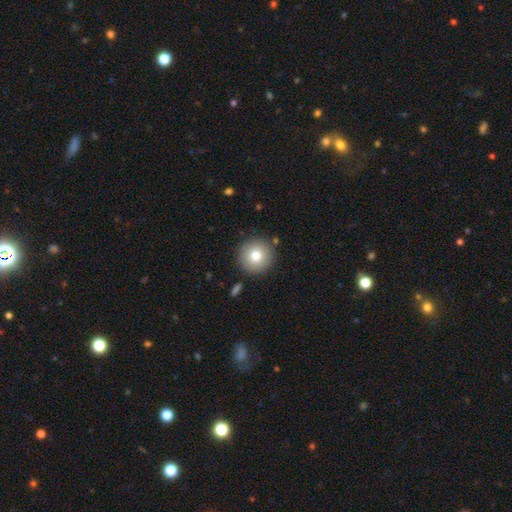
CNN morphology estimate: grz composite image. It shows a smooth galaxy with no disk features (78%) that is round (95%). Merging: none (88%).